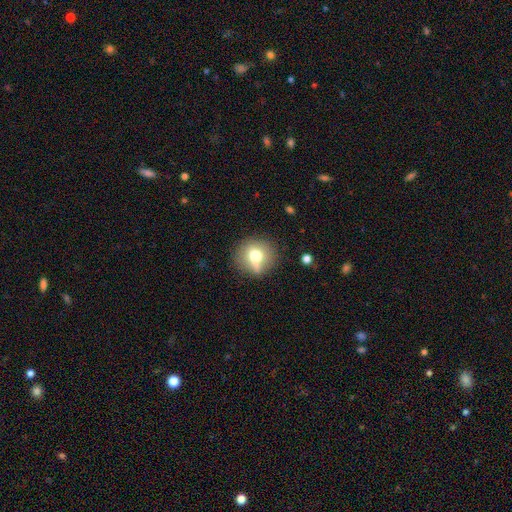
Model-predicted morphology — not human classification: A smooth galaxy with no disk features (61%) that is round (87%).

Vote fractions:
- Smooth or featured? smooth: 61% / featured or disk: 28% / star or artifact: 11%
- How rounded? round: 87% / in between: 11% / cigar-shaped: 2%
- Merging? none: 71% / minor disturbance: 18% / major disturbance: 7% / merger: 4%